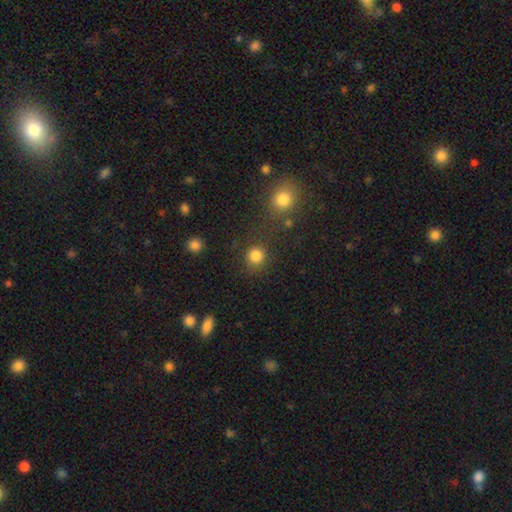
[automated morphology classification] type=smooth (84%); roundness=round (92%); merging=none (82%).